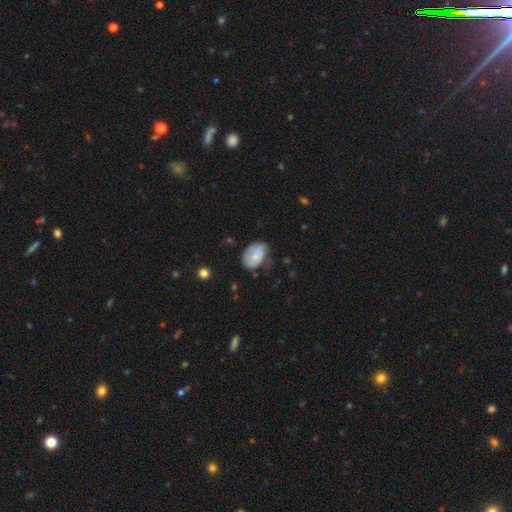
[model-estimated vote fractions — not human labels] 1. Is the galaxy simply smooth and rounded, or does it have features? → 65% smooth, 29% featured or disk, 7% star or artifact.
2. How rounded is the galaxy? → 82% in between, 17% round, 1% cigar-shaped.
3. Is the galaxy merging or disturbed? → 50% none, 35% minor disturbance, 12% major disturbance, 2% merger.